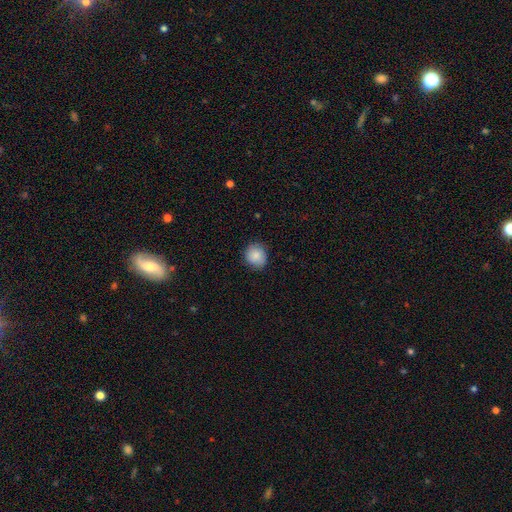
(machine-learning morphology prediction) This appears to be a smooth galaxy with no disk features (86%) that is round (85%). Merging: none (83%).